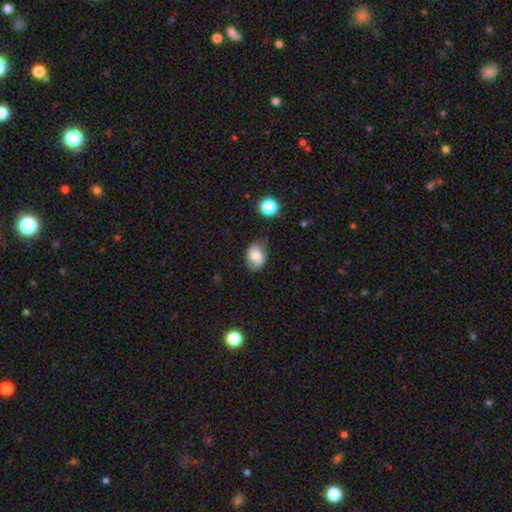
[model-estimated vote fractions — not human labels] This is likely a smooth galaxy (75%). How rounded: likely in between (67%). Merging: likely none (67%).